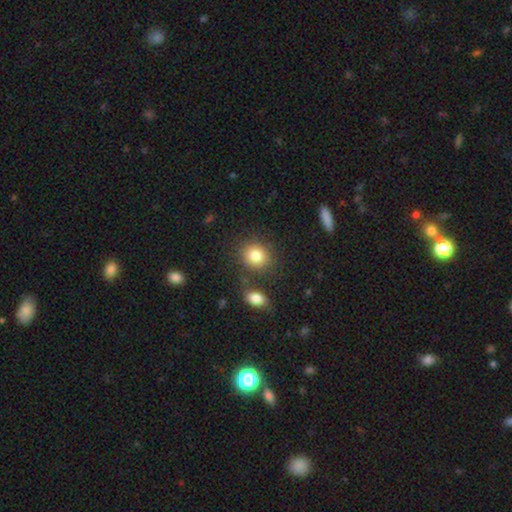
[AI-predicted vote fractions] This is clearly a smooth galaxy (83%). How rounded: likely round (71%). Merging: likely none (77%).